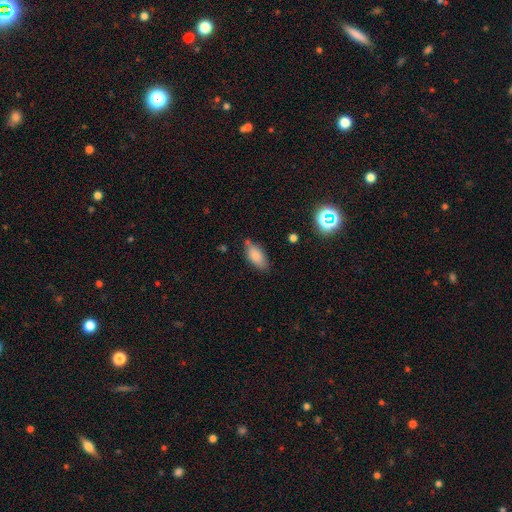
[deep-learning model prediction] Smooth or featured: smooth — 80% (featured or disk — 11%)
How rounded: in between — 87% (cigar-shaped — 10%)
Merging: none — 68% (minor disturbance — 23%)